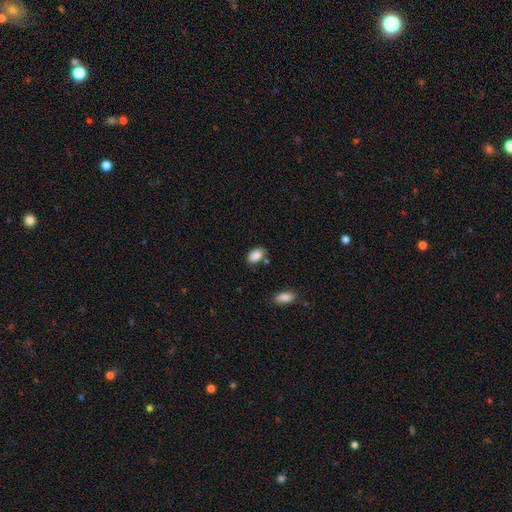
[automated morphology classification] Q: Smooth or featured?
A: smooth (88%); runner-up: star or artifact (8%)
Q: How rounded?
A: in between (90%); runner-up: round (8%)
Q: Merging?
A: none (72%); runner-up: minor disturbance (18%)